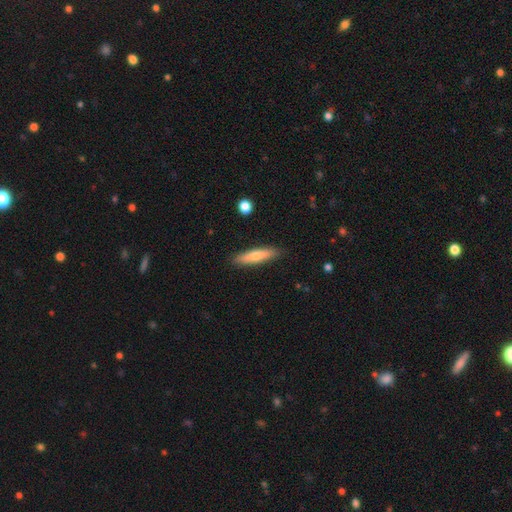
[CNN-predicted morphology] Overall: smooth (62%; featured or disk 32%). How rounded: cigar-shaped (84%). Merging: none (89%).